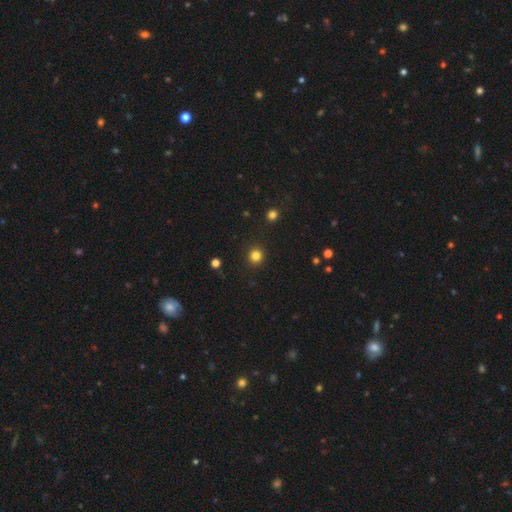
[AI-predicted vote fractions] The model was most divided on "smooth or featured": smooth: 82%, star or artifact: 14%, featured or disk: 4%. More confident: how rounded — round (93%); merging — none (92%).